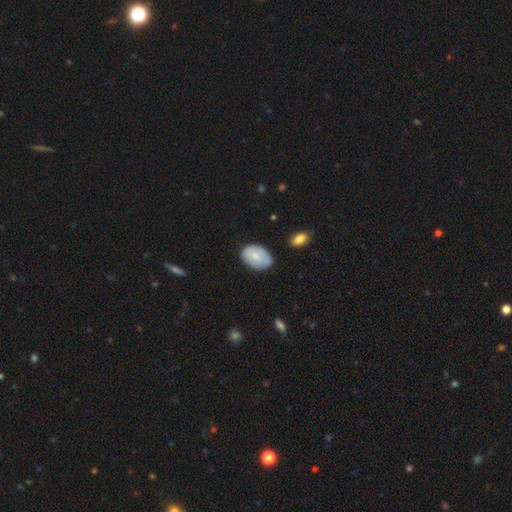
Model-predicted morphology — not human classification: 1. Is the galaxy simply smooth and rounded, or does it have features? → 77% smooth, 17% featured or disk, 6% star or artifact.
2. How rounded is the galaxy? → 88% in between, 11% round, 1% cigar-shaped.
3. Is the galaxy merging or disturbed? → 76% none, 19% minor disturbance, 3% major disturbance, 2% merger.